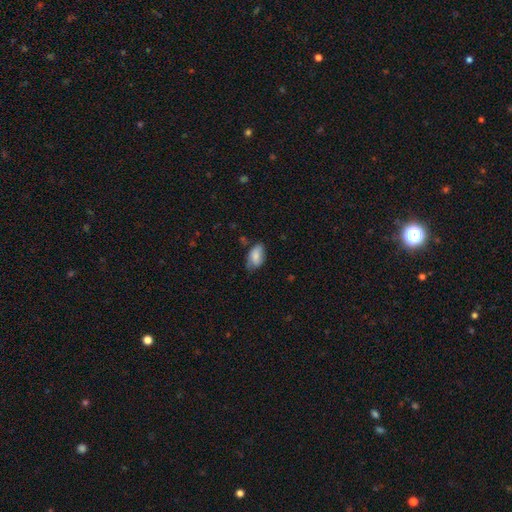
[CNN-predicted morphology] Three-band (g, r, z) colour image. It shows a smooth galaxy with no disk features (78%) that is in between round and cigar-shaped (92%). Merging: none (56%).